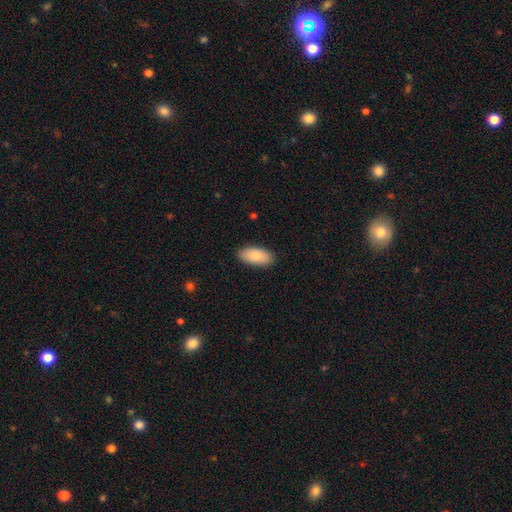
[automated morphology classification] Smooth or featured? smooth (87%)
How rounded? in between (92%)
Merging? none (89%)